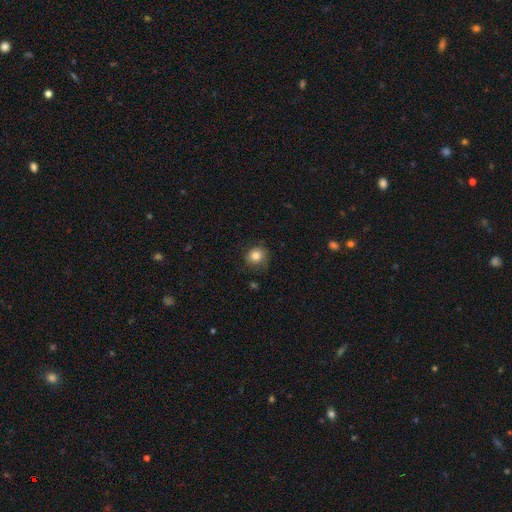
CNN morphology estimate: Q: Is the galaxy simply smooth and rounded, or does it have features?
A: smooth — 83%.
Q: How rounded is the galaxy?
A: round — 87%.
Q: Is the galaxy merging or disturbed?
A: none — 78%.